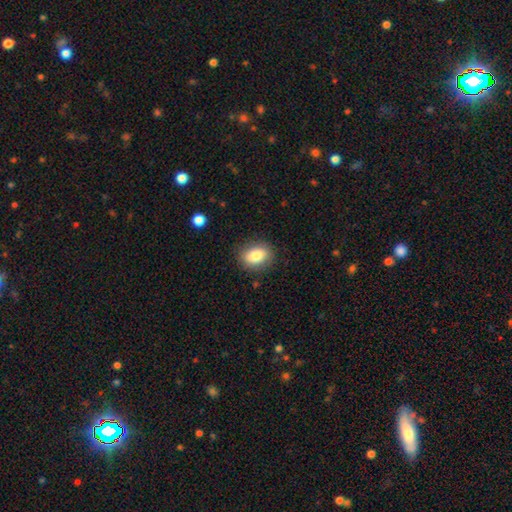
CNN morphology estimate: Smooth or featured: smooth — 83% (featured or disk — 9%)
How rounded: in between — 73% (round — 25%)
Merging: none — 86% (minor disturbance — 10%)